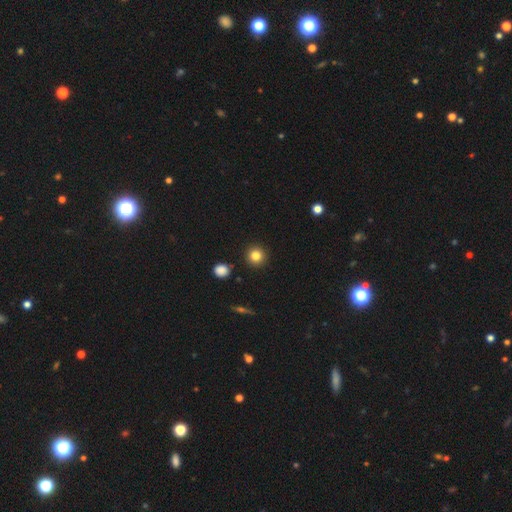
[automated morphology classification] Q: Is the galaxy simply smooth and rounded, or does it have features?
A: smooth — 83%.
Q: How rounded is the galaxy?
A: round — 94%.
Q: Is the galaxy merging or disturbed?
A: none — 91%.